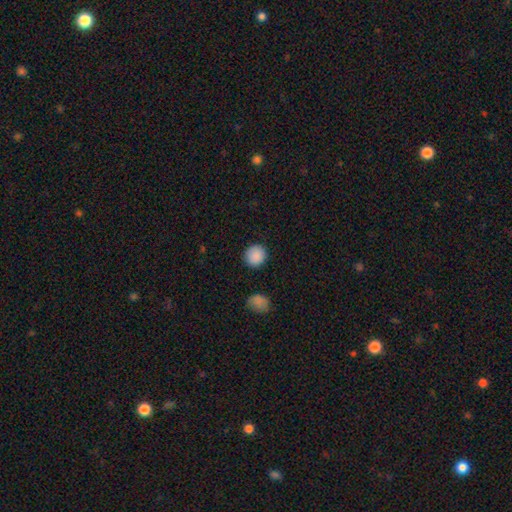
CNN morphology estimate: This appears to be a smooth galaxy with no disk features (89%) that is round (89%). Merging: none (89%).